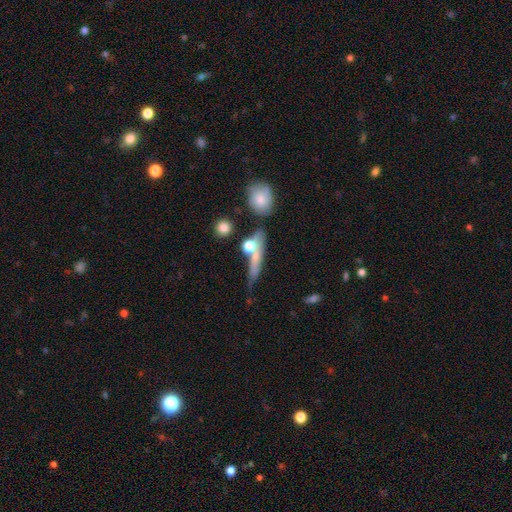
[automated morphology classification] A smooth galaxy with no disk features (54%) that is cigar-shaped (64%). Merging: none (50%).